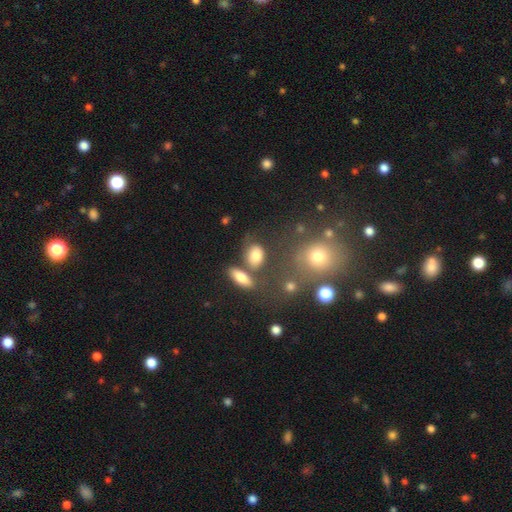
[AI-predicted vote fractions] smooth 78%, featured or disk 11%, star or artifact 11%. Down the decision tree: how rounded — in between (71%); merging — none (57%).